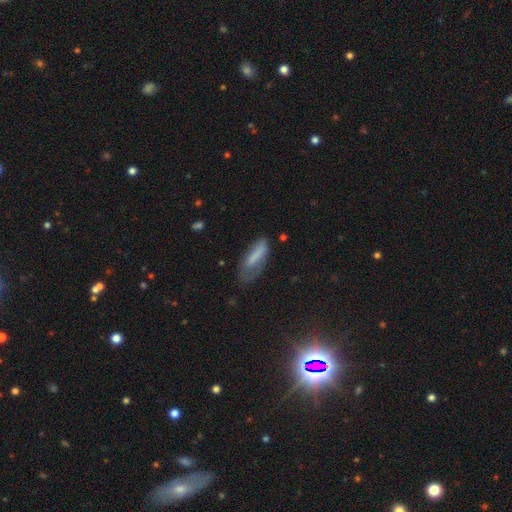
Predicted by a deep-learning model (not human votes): smooth_or_featured: smooth (p=0.71) [alt: featured or disk p=0.20]
how_rounded: in between (p=0.50) [alt: cigar-shaped p=0.48]
merging: none (p=0.43) [alt: minor disturbance p=0.32]